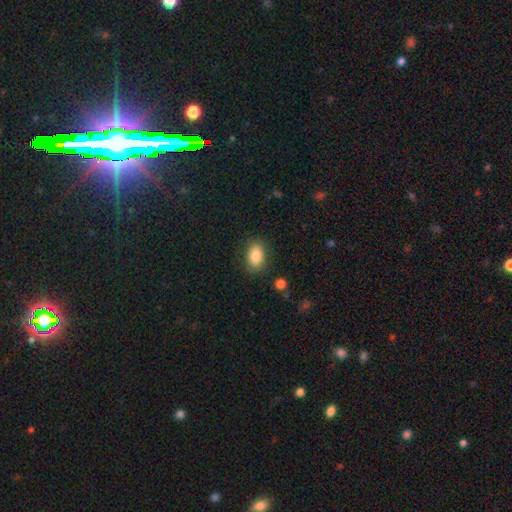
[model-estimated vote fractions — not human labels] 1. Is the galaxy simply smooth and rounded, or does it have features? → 84% smooth, 8% featured or disk, 8% star or artifact.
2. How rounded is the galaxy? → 86% in between, 12% round, 2% cigar-shaped.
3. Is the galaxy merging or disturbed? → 83% none, 12% minor disturbance, 3% major disturbance, 2% merger.